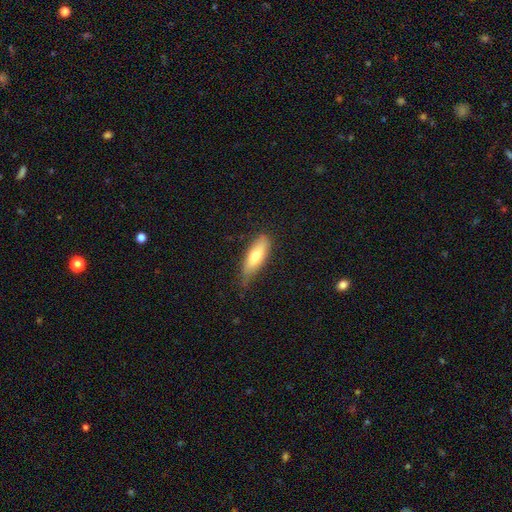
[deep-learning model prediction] Overall: smooth (72%). How rounded: in between (56%; cigar-shaped 42%). Merging: none (66%; minor disturbance 28%).